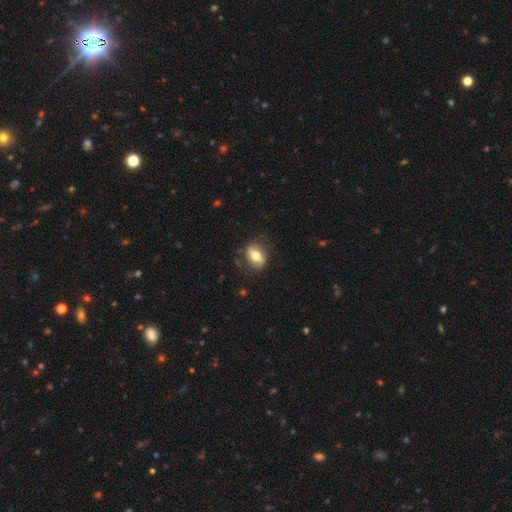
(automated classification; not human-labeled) Smooth or featured? smooth (67%)
How rounded? in between (75%)
Merging? none (72%)